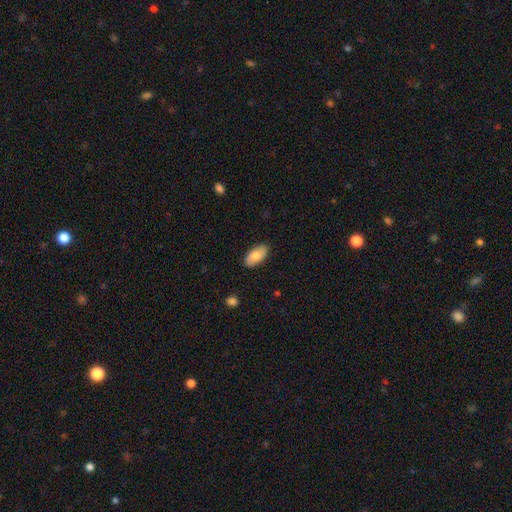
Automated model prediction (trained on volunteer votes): Smooth or featured?
  - smooth: 78% *
  - featured or disk: 16%
  - star or artifact: 6%
How rounded?
  - in between: 93% *
  - cigar-shaped: 4%
  - round: 2%
Merging?
  - none: 86% *
  - minor disturbance: 11%
  - major disturbance: 2%
  - merger: 1%